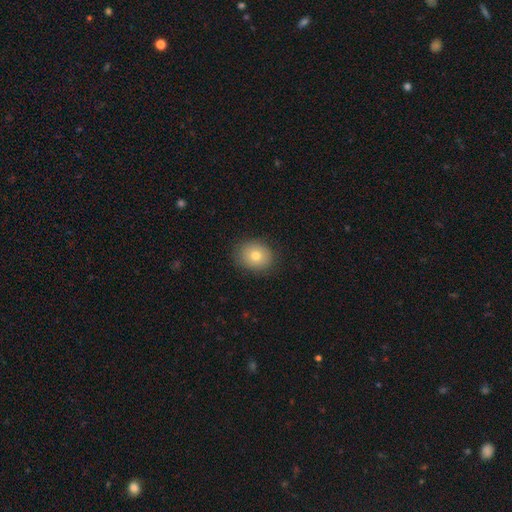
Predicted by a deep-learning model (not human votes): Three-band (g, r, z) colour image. It shows a smooth galaxy with no disk features (76%) that is round (65%). Merging: none (86%).